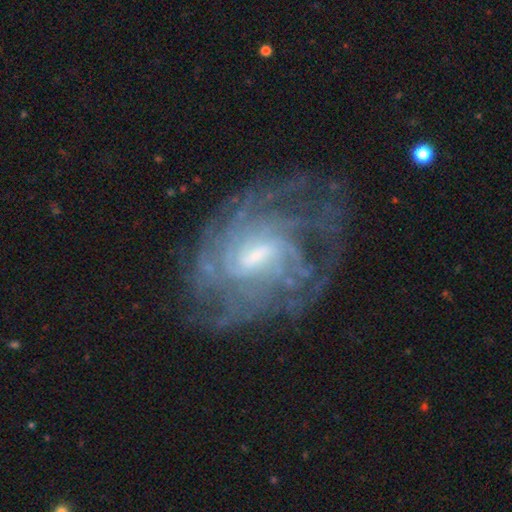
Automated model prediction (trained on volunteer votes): A featured or disk galaxy (88%) with a weak bar (57%), tight (60%) spiral arms (95%) and a moderate central bulge (44%). Merging: none (66%).